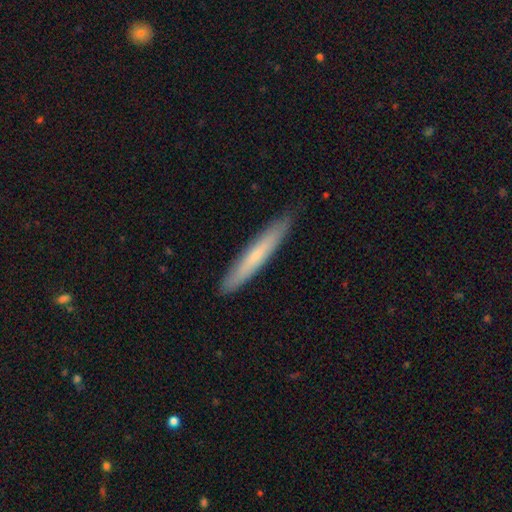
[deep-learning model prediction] Morphology: type=smooth (61%); roundness=cigar-shaped (95%); merging=none (88%).